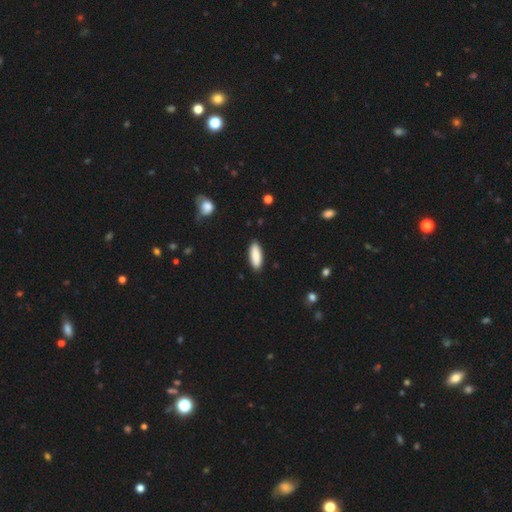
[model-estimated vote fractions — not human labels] Morphology: type=smooth (89%); roundness=in between (64%); merging=none (89%).